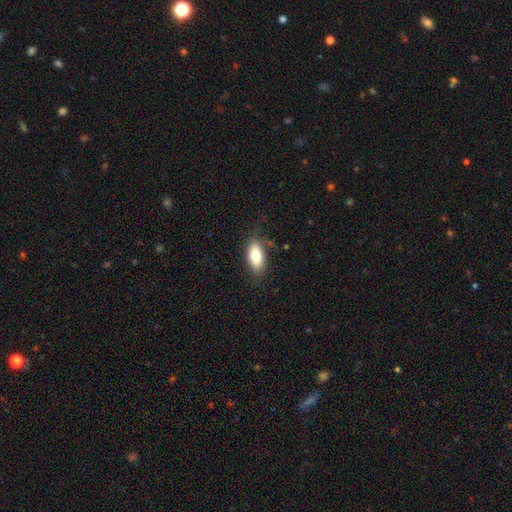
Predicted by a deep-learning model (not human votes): This appears to be a smooth galaxy with no disk features (79%) that is in between round and cigar-shaped (87%). Merging: none (78%).